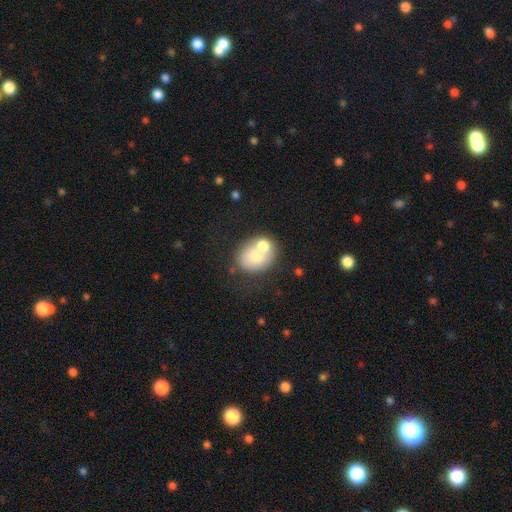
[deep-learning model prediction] A smooth galaxy with no disk features (66%) that is round (58%). Merging: merger (43%).